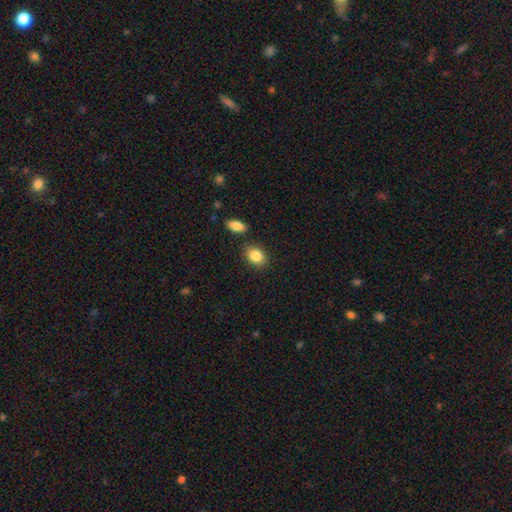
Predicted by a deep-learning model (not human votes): A smooth galaxy with no disk features (86%) that is in between round and cigar-shaped (71%).

Vote fractions:
- Smooth or featured? smooth: 86% / star or artifact: 8% / featured or disk: 6%
- How rounded? in between: 71% / round: 28% / cigar-shaped: 1%
- Merging? none: 82% / minor disturbance: 10% / merger: 6% / major disturbance: 3%